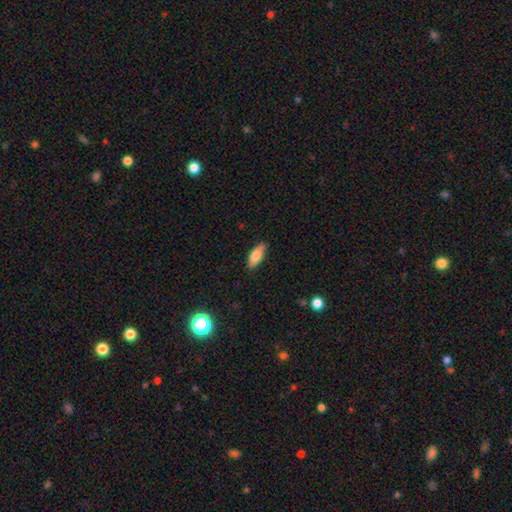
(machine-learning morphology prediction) A smooth galaxy with no disk features (79%) that is in between round and cigar-shaped (75%). Merging: none (84%).